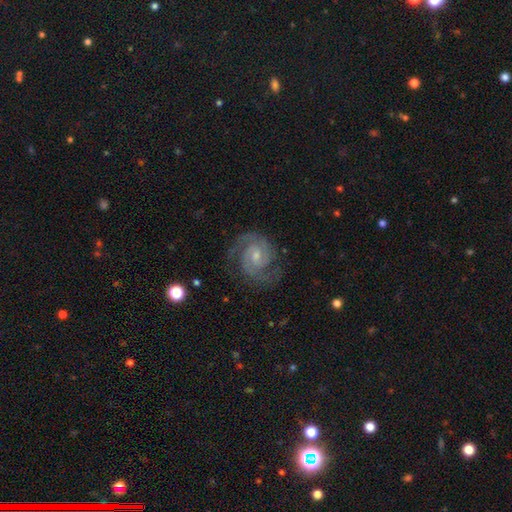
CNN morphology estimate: Q: Smooth or featured?
A: featured or disk (90%); runner-up: star or artifact (6%)
Q: Edge-on disk?
A: no (98%); runner-up: yes (2%)
Q: Bar?
A: no (47%); runner-up: weak (44%)
Q: Spiral arms?
A: yes (98%); runner-up: no (2%)
Q: Spiral winding?
A: tight (50%); runner-up: medium (44%)
Q: Spiral arm count?
A: 2 (85%); runner-up: 3 (6%)
Q: Bulge size?
A: small (59%); runner-up: moderate (33%)
Q: Merging?
A: none (81%); runner-up: minor disturbance (13%)